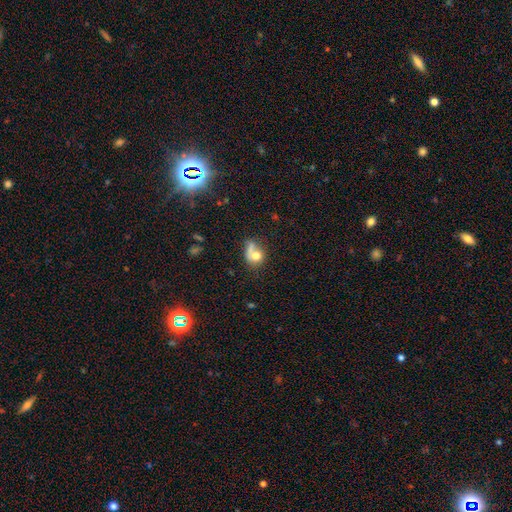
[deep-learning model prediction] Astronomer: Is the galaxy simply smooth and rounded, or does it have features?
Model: smooth — 70%.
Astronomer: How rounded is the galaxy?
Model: round — 60% (runner-up: in between, 38%).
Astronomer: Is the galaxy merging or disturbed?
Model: none — 32% (runner-up: merger, 29%).